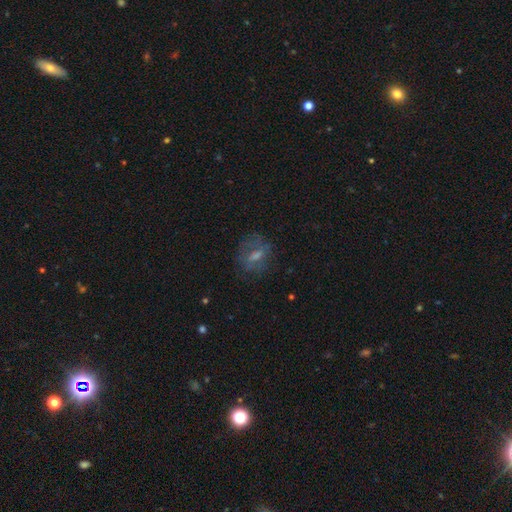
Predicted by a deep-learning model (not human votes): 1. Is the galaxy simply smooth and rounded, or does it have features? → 47% smooth, 40% featured or disk, 13% star or artifact.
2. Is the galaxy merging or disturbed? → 63% none, 20% minor disturbance, 15% major disturbance, 2% merger.